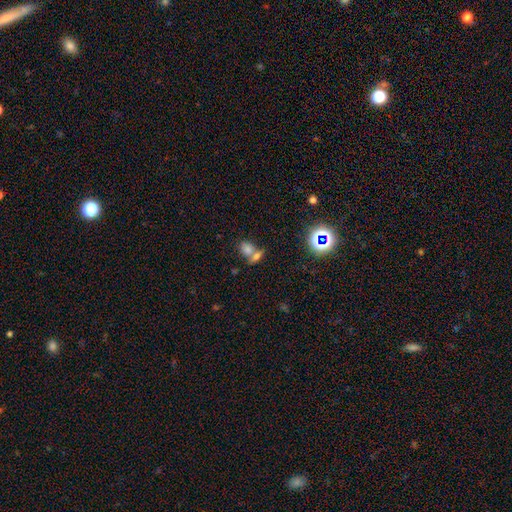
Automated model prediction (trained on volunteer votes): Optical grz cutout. It shows a smooth galaxy with no disk features (67%) that is in between round and cigar-shaped (67%). Merging: merger (57%).